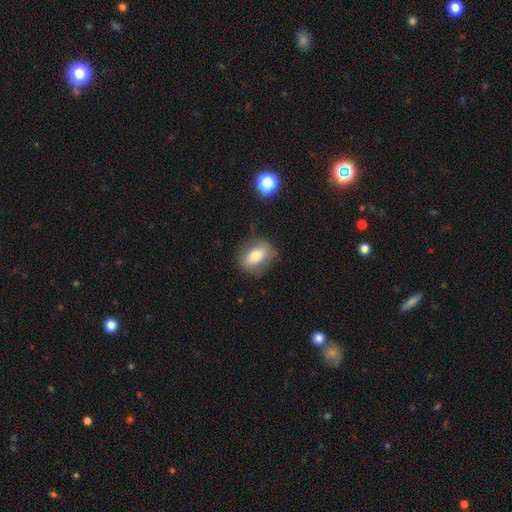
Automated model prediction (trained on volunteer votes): smooth 64%, featured or disk 28%, star or artifact 8%. Down the decision tree: how rounded — in between (66%); merging — none (75%).